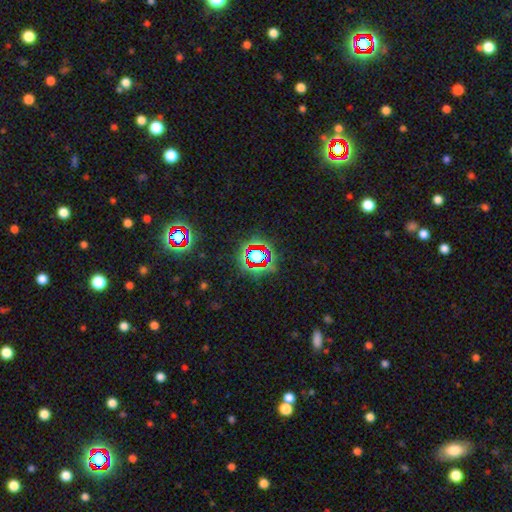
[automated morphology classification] smooth-or-featured: star or artifact: 72% | smooth: 17% | featured or disk: 10%